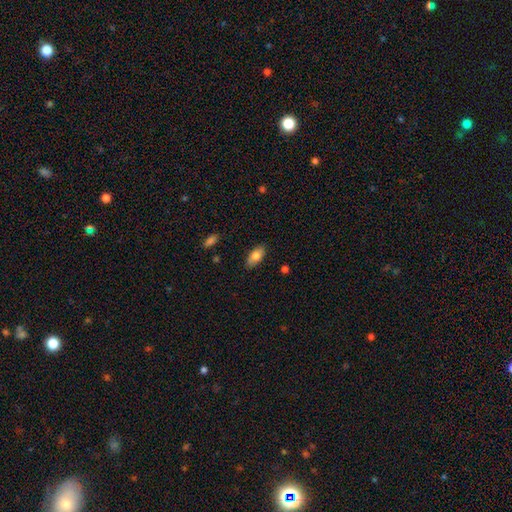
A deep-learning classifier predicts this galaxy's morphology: smooth-or-featured: smooth: 78% | featured or disk: 16% | star or artifact: 7%
  how-rounded: in between: 91% | cigar-shaped: 7% | round: 3%
  merging: none: 85% | minor disturbance: 11% | major disturbance: 2% | merger: 1%